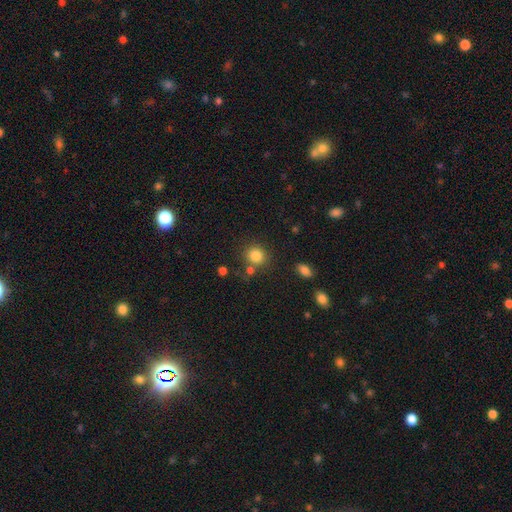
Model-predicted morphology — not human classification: smooth_or_featured: smooth (p=0.83) [alt: star or artifact p=0.11]
how_rounded: round (p=0.84) [alt: in between p=0.15]
merging: none (p=0.75) [alt: merger p=0.11]